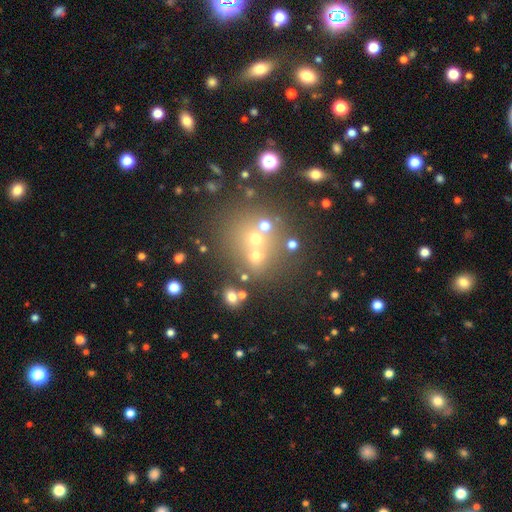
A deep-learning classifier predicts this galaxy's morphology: Smooth or featured? Predicted: smooth (p=0.49). Merging? Predicted: none (p=0.51).